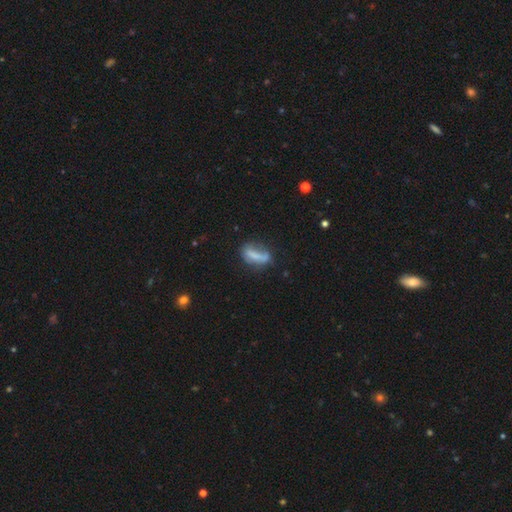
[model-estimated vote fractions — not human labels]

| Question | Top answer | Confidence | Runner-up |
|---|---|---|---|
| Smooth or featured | smooth | 58% | featured or disk (32%) |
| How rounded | in between | 68% | cigar-shaped (25%) |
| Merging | none | 40% | minor disturbance (27%) |